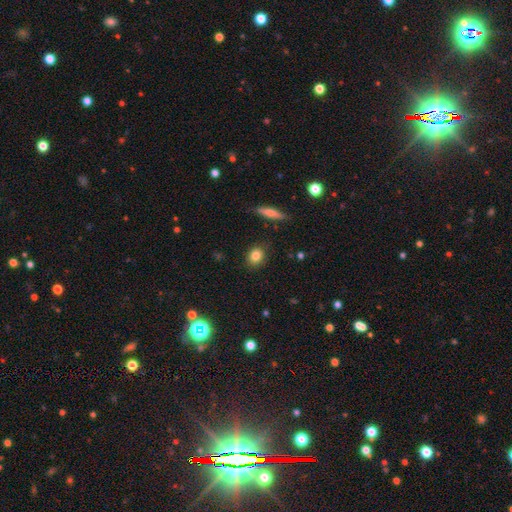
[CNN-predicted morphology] smooth-or-featured: smooth: 82% | star or artifact: 10% | featured or disk: 8%
  how-rounded: round: 60% | in between: 37% | cigar-shaped: 3%
  merging: none: 87% | minor disturbance: 9% | major disturbance: 2% | merger: 2%